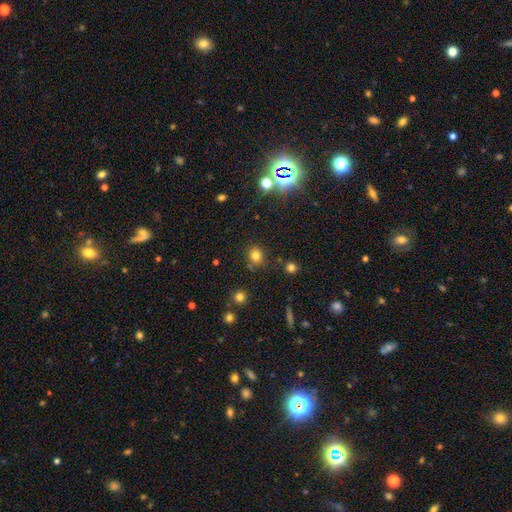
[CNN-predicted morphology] This appears to be a smooth galaxy with no disk features (77%) that is round (81%). Merging: none (82%).